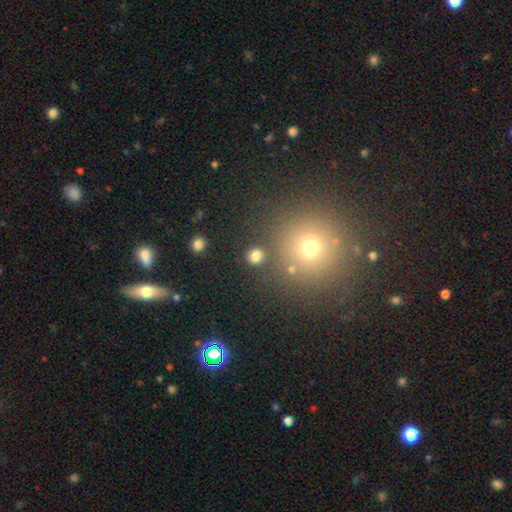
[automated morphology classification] Overall: smooth (80%). How rounded: round (86%). Merging: none (87%).